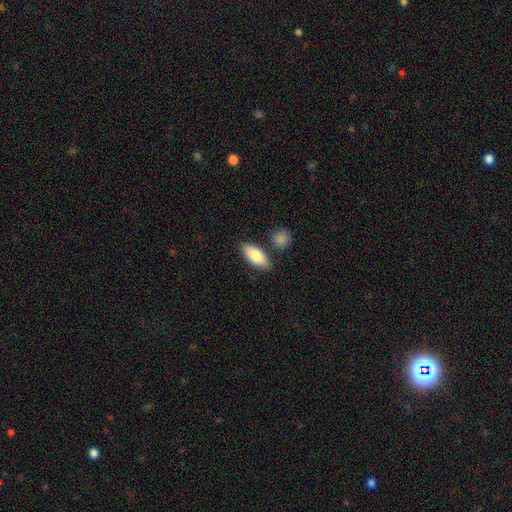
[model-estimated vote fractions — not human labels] smooth-or-featured: smooth: 83% | featured or disk: 12% | star or artifact: 6%
  how-rounded: in between: 82% | cigar-shaped: 15% | round: 3%
  merging: none: 78% | minor disturbance: 12% | merger: 7% | major disturbance: 3%